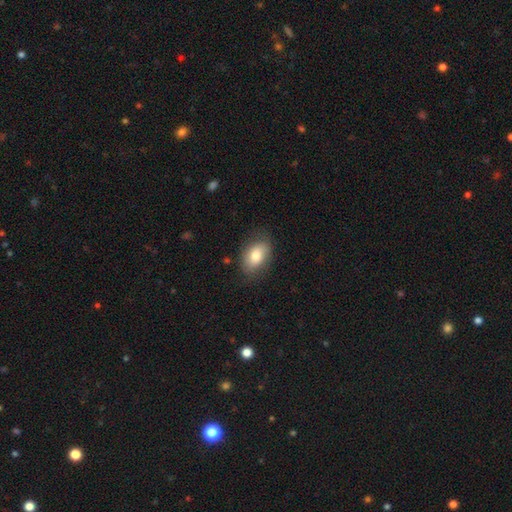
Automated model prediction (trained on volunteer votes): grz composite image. It shows a smooth galaxy with no disk features (79%) that is in between round and cigar-shaped (87%). Merging: none (79%).